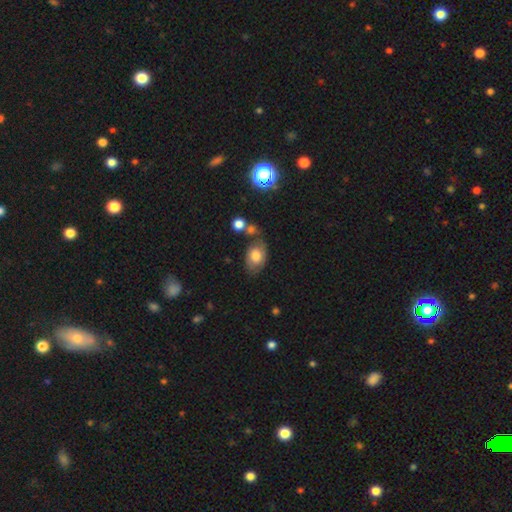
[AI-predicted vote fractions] Q: Smooth or featured?
A: smooth (70%); runner-up: featured or disk (20%)
Q: How rounded?
A: in between (81%); runner-up: round (18%)
Q: Merging?
A: none (59%); runner-up: minor disturbance (22%)